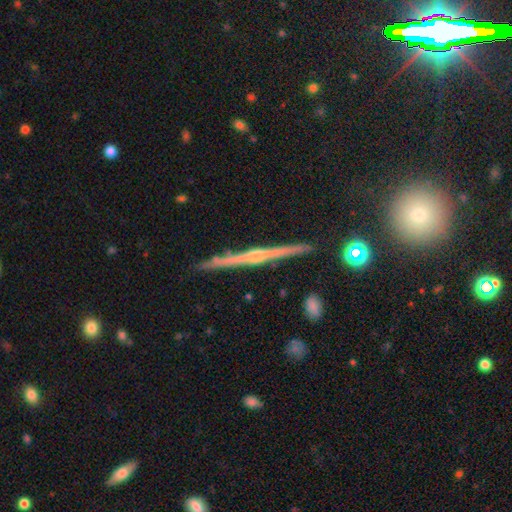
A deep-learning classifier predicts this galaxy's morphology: smooth_or_featured: featured or disk (p=0.81) [alt: smooth p=0.11]
disk_edge_on: yes (p=0.98) [alt: no p=0.02]
edge_on_bulge: rounded (p=0.75) [alt: none p=0.17]
merging: none (p=0.91) [alt: minor disturbance p=0.07]